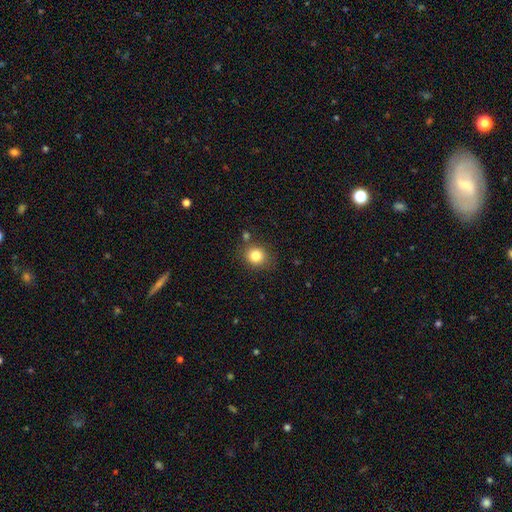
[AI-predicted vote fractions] Morphology: type=smooth (82%); roundness=round (79%); merging=none (78%).